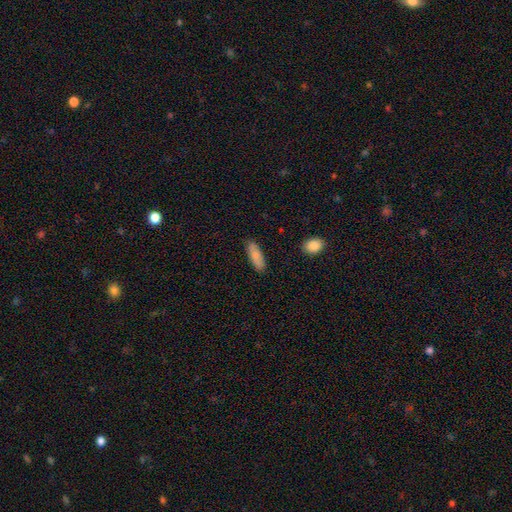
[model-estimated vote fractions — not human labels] Overall: smooth (80%). How rounded: in between (65%; cigar-shaped 33%). Merging: none (86%).